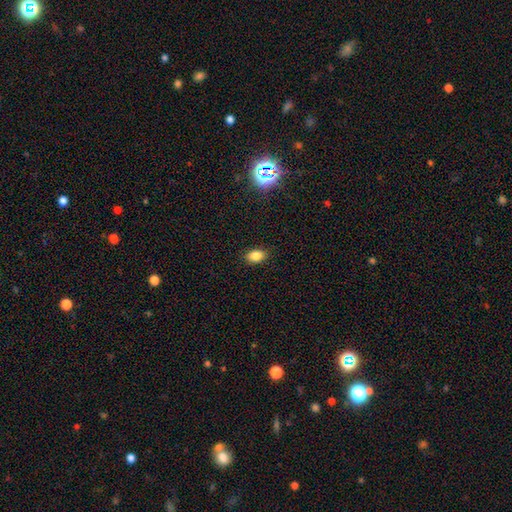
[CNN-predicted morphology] The model was most divided on "how rounded": in between: 83%, round: 15%, cigar-shaped: 2%. More confident: merging — none (88%); smooth or featured — smooth (84%).